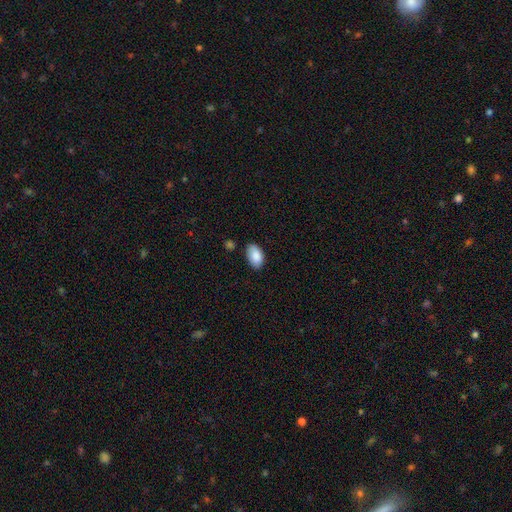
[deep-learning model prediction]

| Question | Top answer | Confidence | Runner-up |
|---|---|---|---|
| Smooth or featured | smooth | 88% | star or artifact (7%) |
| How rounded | in between | 94% | round (5%) |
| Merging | none | 80% | minor disturbance (15%) |